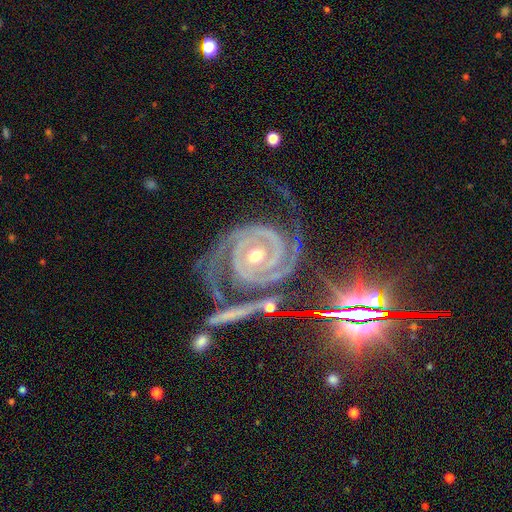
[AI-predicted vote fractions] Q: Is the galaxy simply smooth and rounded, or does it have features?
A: featured or disk — 91%.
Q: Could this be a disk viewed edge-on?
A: no — 97%.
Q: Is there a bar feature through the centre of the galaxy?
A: no — 55%.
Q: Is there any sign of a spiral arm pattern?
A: yes — 98%.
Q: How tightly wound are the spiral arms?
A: tight — 79%.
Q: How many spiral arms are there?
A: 2 — 76%.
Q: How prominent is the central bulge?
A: moderate — 60%.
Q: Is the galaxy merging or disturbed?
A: none — 55%.